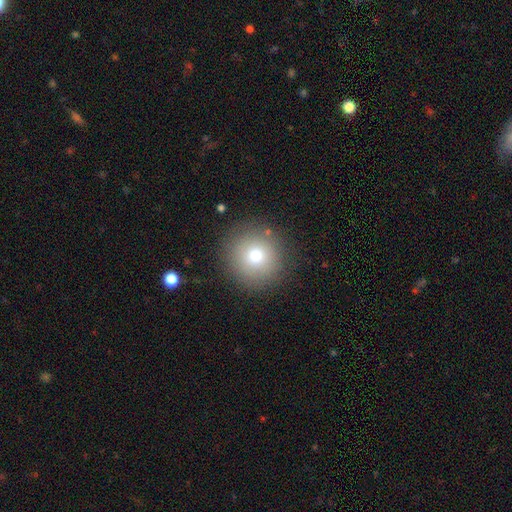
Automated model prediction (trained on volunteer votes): Overall: smooth (73%). How rounded: round (96%). Merging: none (87%).